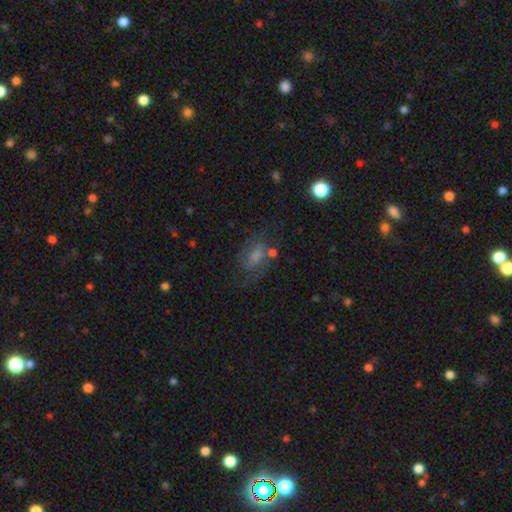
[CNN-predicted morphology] Smooth or featured?
  - featured or disk: 50% *
  - smooth: 30%
  - star or artifact: 20%
Edge-on disk?
  - no: 92% *
  - yes: 8%
Merging?
  - none: 63% *
  - minor disturbance: 19%
  - major disturbance: 13%
  - merger: 6%